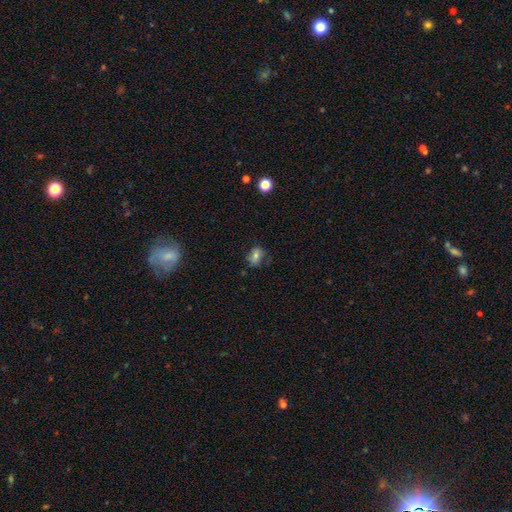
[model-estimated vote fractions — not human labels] This is likely a smooth galaxy (68%). How rounded: likely in between (65%). Merging: likely none (65%).